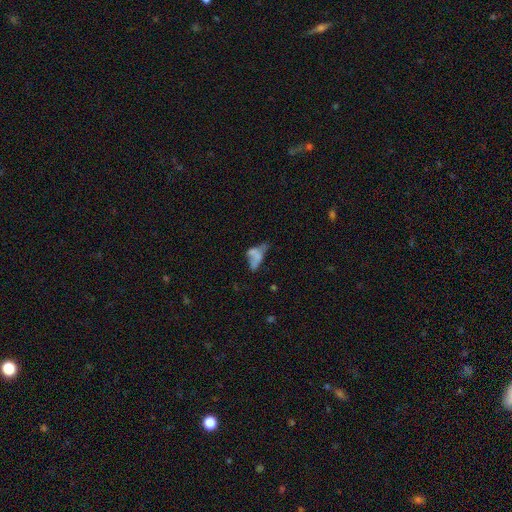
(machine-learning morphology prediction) smooth 50%, featured or disk 37%, star or artifact 14%. Down the decision tree: merging — merger (38%).